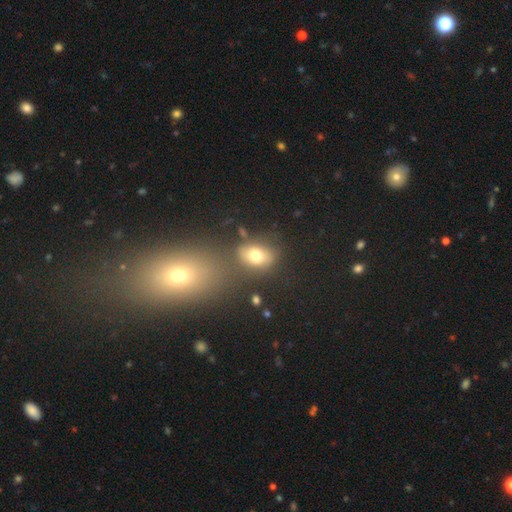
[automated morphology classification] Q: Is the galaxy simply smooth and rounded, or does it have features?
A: smooth — 74%.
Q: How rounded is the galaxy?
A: in between — 71%.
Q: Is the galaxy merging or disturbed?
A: none — 64%.